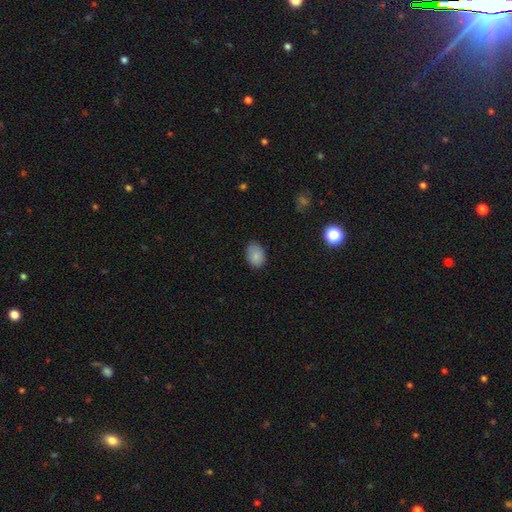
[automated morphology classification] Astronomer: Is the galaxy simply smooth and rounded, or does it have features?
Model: smooth — 86%.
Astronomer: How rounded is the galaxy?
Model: in between — 78%.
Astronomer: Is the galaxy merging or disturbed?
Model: none — 82%.